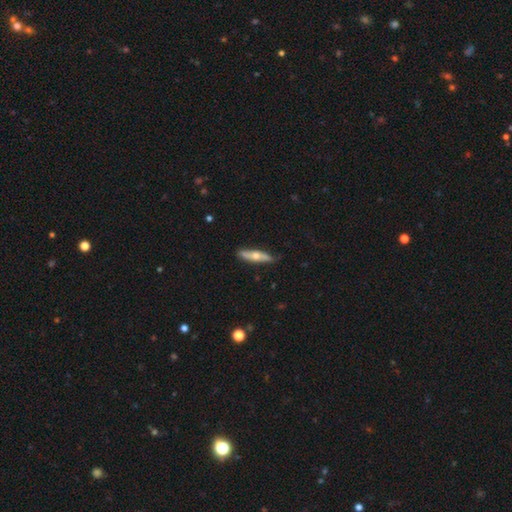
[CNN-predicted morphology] Smooth or featured? Predicted: featured or disk (p=0.49). Merging? Predicted: none (p=0.81).